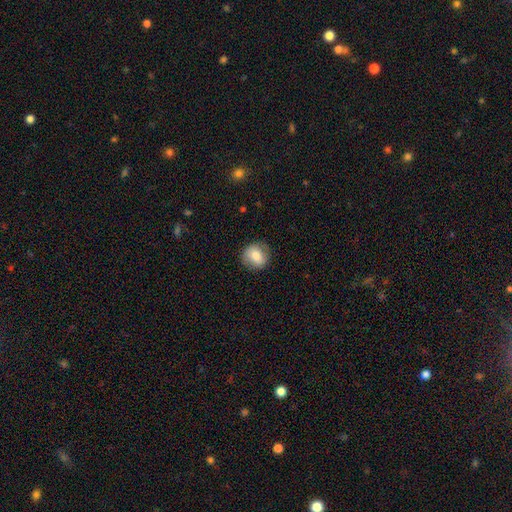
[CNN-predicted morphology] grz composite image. It shows a smooth galaxy with no disk features (74%) that is round (85%). Merging: none (85%).